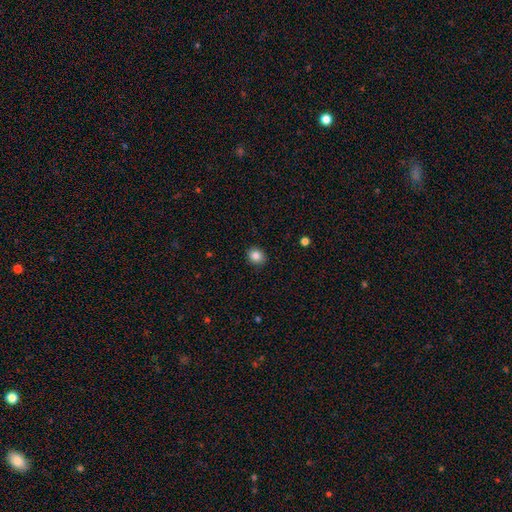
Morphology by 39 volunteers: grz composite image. It shows a smooth galaxy with no disk features (90%) that is round (80%). Merging: none (92%).